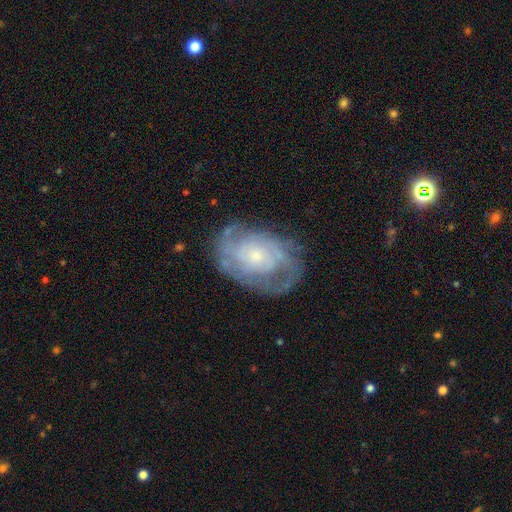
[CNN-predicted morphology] Smooth or featured: featured or disk — 77% (smooth — 16%)
Edge-on disk: no — 96% (yes — 4%)
Bar: no — 78% (weak — 19%)
Spiral arms: yes — 84% (no — 16%)
Spiral winding: tight — 59% (medium — 31%)
Spiral arm count: can't tell — 43% (2 — 33%)
Bulge size: small — 62% (moderate — 30%)
Merging: none — 70% (minor disturbance — 19%)